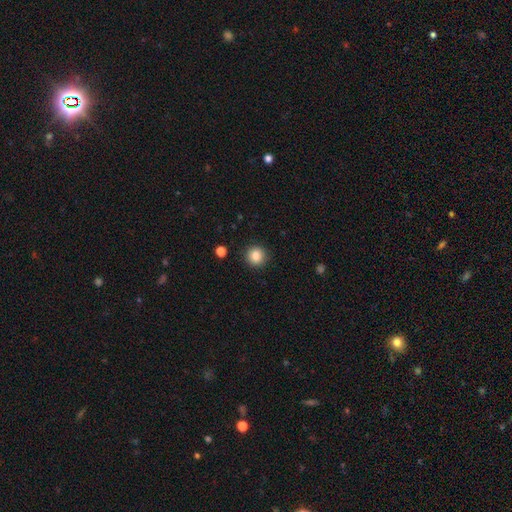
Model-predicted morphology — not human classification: Smooth or featured? Predicted: smooth (p=0.84). How rounded? Predicted: round (p=0.93). Merging? Predicted: none (p=0.91).